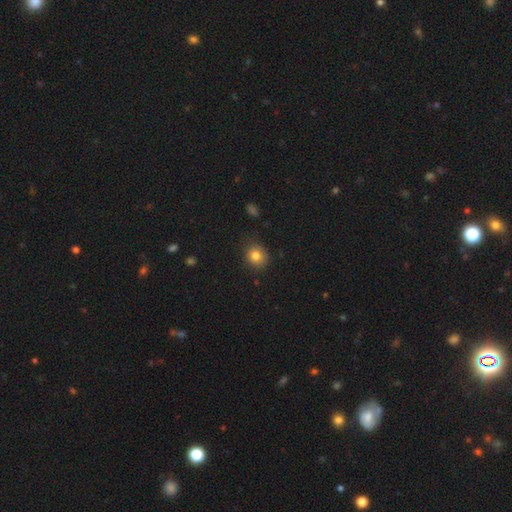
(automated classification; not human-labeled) This is clearly a smooth galaxy (80%). How rounded: likely round (80%). Merging: clearly none (81%).